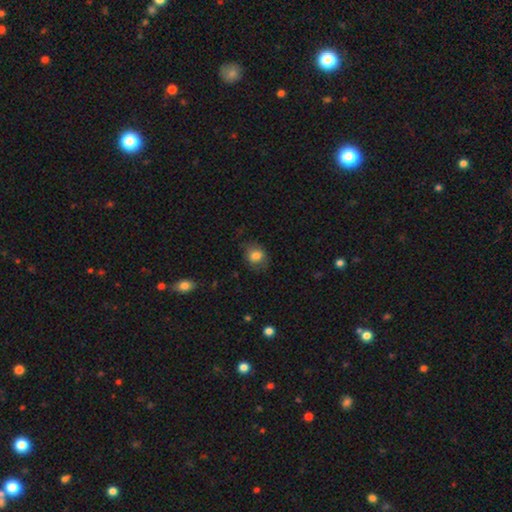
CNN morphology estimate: Smooth or featured? smooth (80%)
How rounded? round (56%)
Merging? none (69%)